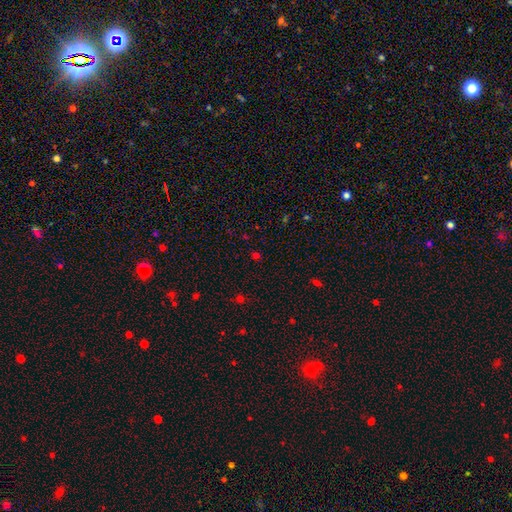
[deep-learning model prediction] A star or artifact, not a galaxy (49%).

Vote fractions:
- Smooth or featured? star or artifact: 49% / smooth: 45% / featured or disk: 6%